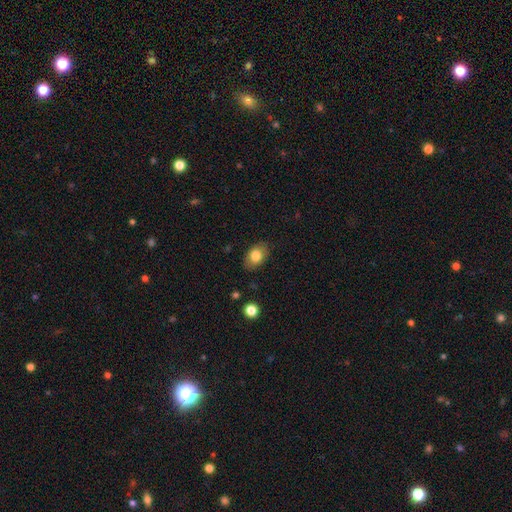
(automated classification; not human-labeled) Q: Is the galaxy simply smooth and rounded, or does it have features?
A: smooth — 80%.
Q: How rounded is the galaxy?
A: in between — 82%.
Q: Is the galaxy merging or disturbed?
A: none — 84%.